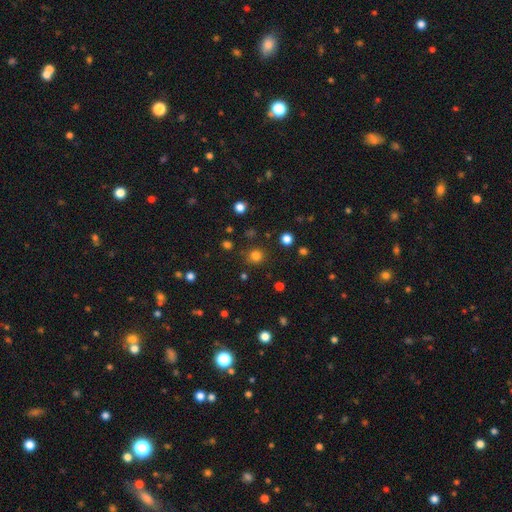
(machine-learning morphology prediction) Smooth or featured?
  - smooth: 79% *
  - star or artifact: 17%
  - featured or disk: 4%
How rounded?
  - round: 90% *
  - in between: 9%
  - cigar-shaped: 1%
Merging?
  - none: 86% *
  - minor disturbance: 8%
  - major disturbance: 3%
  - merger: 3%